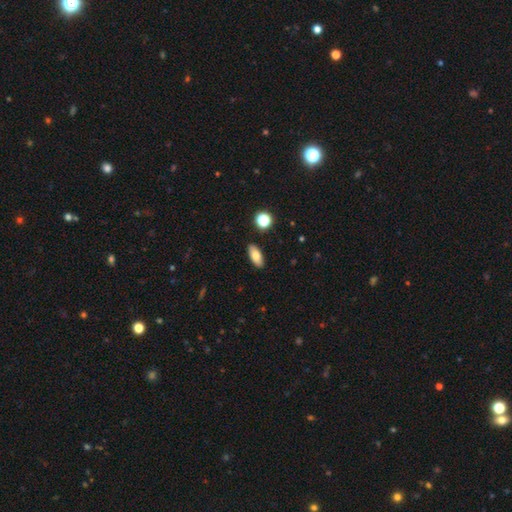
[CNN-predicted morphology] Smooth or featured: smooth — 79% (featured or disk — 13%)
How rounded: in between — 84% (cigar-shaped — 12%)
Merging: none — 89% (minor disturbance — 8%)